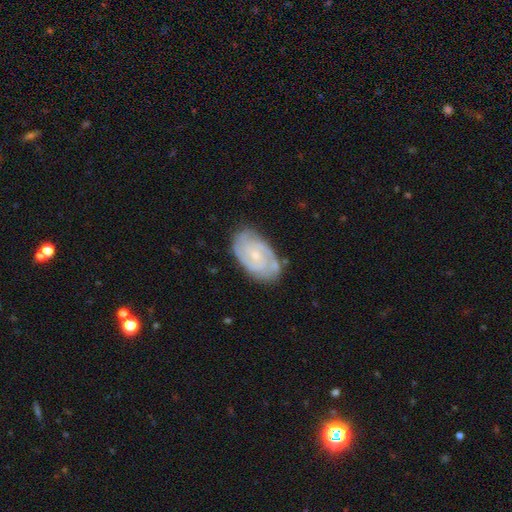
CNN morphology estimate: Smooth or featured? Predicted: featured or disk (p=0.84). Edge-on disk? Predicted: no (p=0.97). Bar? Predicted: no (p=0.58). Spiral arms? Predicted: yes (p=0.97). Spiral winding? Predicted: tight (p=0.63). Spiral arm count? Predicted: 2 (p=0.55). Bulge size? Predicted: small (p=0.71). Merging? Predicted: none (p=0.78).